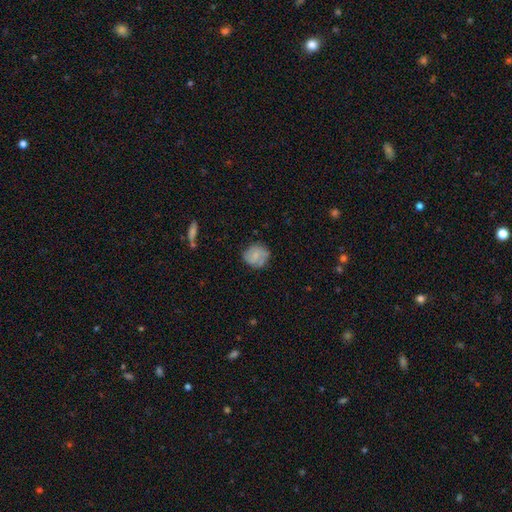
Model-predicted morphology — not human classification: type=smooth (61%); roundness=round (80%); merging=none (71%).